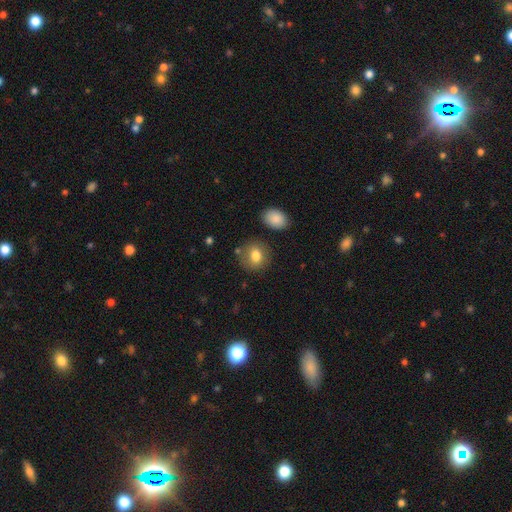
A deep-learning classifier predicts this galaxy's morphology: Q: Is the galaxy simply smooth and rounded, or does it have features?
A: smooth — 79%.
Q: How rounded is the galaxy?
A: round — 74%.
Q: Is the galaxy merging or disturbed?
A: none — 79%.